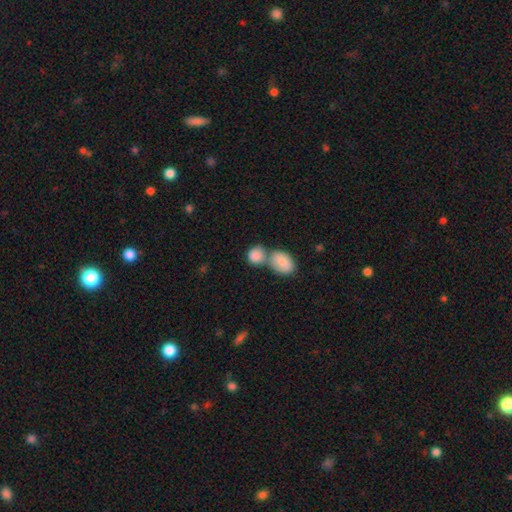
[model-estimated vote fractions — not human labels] smooth-or-featured: smooth: 86% | featured or disk: 8% | star or artifact: 6%
  how-rounded: round: 53% | in between: 46% | cigar-shaped: 2%
  merging: merger: 61% | none: 28% | minor disturbance: 8% | major disturbance: 4%